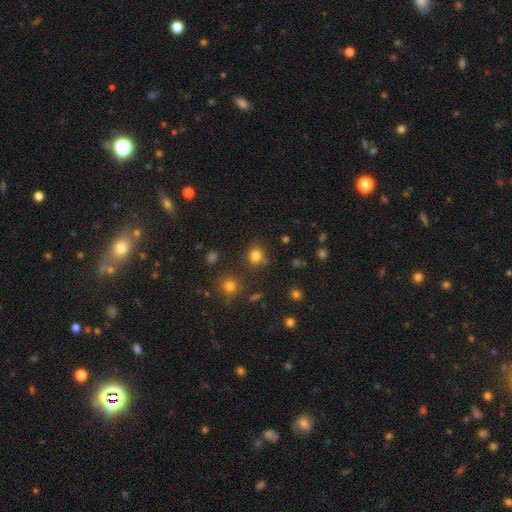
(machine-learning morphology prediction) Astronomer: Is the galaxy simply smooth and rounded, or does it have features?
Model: smooth — 80%.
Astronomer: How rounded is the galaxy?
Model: round — 80%.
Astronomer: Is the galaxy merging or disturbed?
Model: none — 76%.